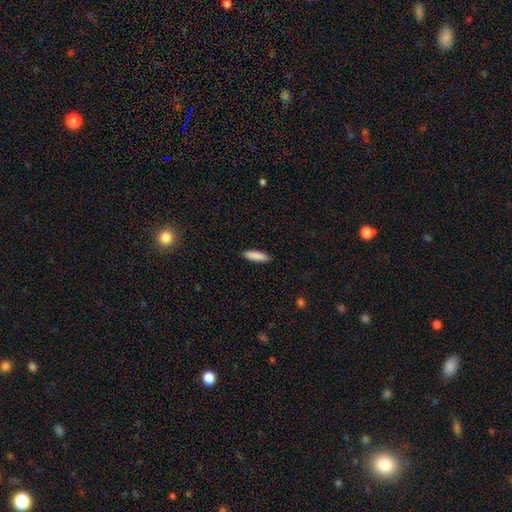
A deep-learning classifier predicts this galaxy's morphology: Smooth or featured? smooth (89%)
How rounded? cigar-shaped (52%)
Merging? none (90%)